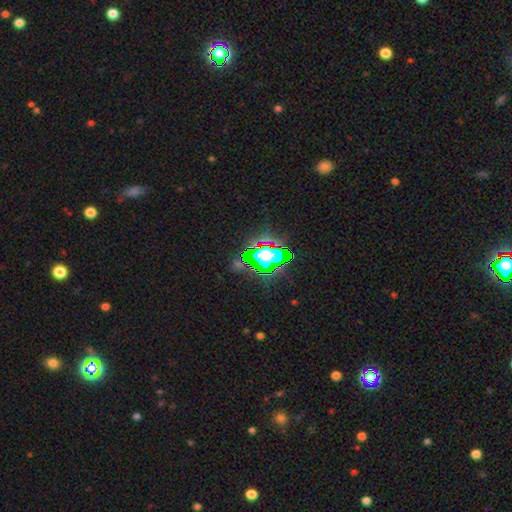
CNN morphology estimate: This is possibly a star or artifact rather than a galaxy (56%).